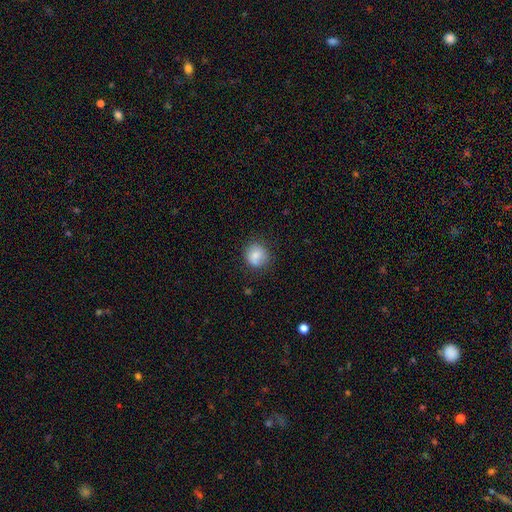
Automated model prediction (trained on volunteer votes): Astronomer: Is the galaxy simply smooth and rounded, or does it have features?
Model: smooth — 80%.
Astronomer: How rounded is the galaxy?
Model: round — 86%.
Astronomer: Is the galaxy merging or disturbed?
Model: none — 77%.